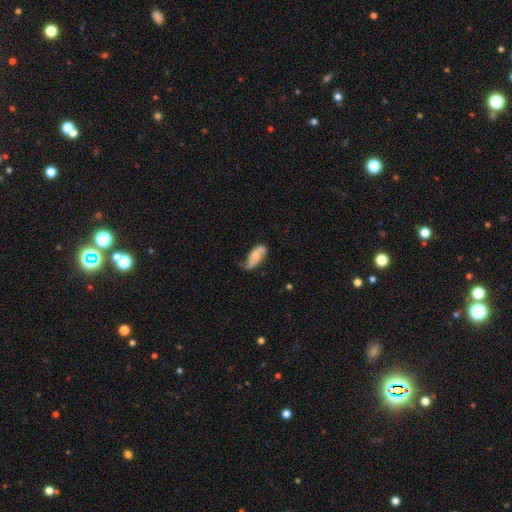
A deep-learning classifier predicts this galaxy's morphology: Smooth or featured? featured or disk (54%)
Edge-on disk? no (91%)
Merging? none (56%)